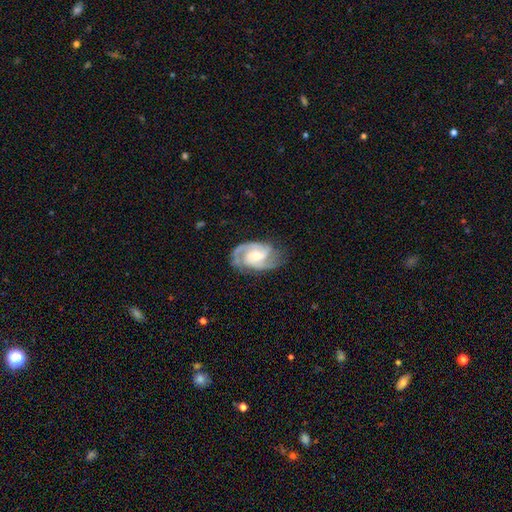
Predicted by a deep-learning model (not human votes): featured or disk 89%, smooth 7%, star or artifact 4%. Down the decision tree: edge-on disk — no (97%); bar — no (46%); spiral arms — yes (98%); spiral arm count — 2 (61%); spiral winding — medium (50%); bulge size — moderate (54%); merging — none (71%).